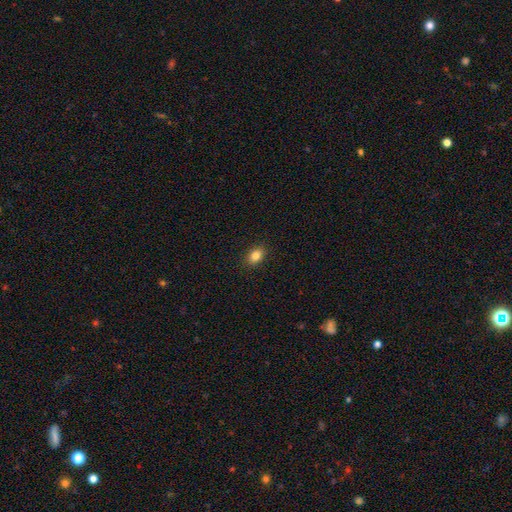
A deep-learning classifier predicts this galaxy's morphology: The model was most divided on "how rounded": in between: 72%, round: 26%, cigar-shaped: 1%. More confident: merging — none (90%); smooth or featured — smooth (83%).